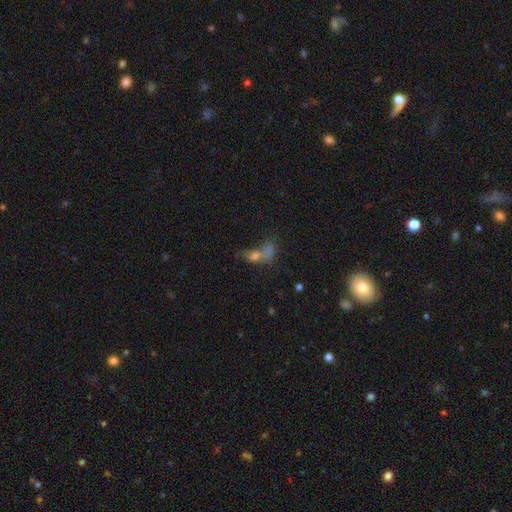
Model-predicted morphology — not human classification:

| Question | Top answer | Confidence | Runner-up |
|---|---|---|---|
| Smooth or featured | smooth | 62% | featured or disk (20%) |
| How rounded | in between | 68% | round (23%) |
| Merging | merger | 55% | none (23%) |